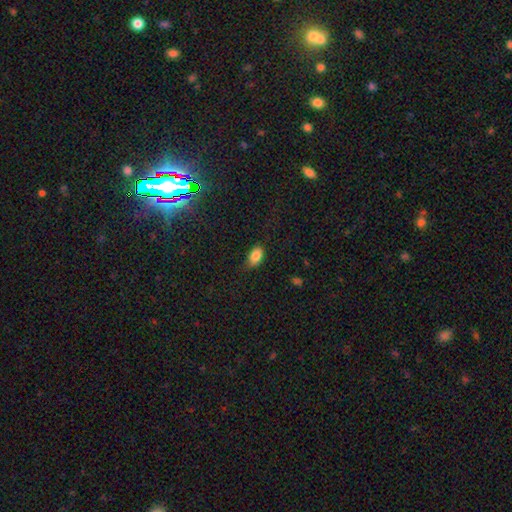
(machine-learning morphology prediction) The model was most divided on "merging": none: 69%, minor disturbance: 24%, major disturbance: 6%, merger: 1%. More confident: how rounded — in between (89%); smooth or featured — smooth (85%).